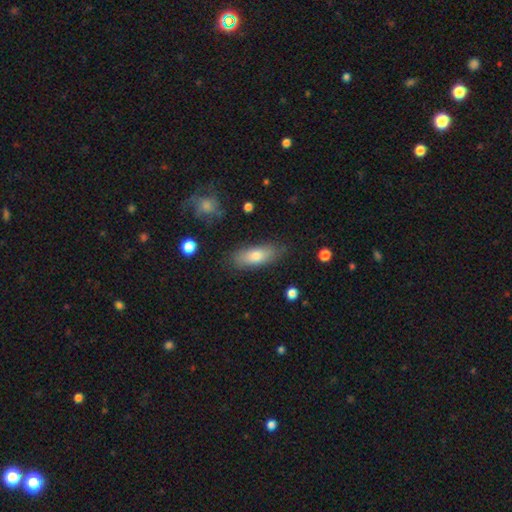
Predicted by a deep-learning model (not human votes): Smooth or featured? smooth (76%)
How rounded? in between (70%)
Merging? none (81%)